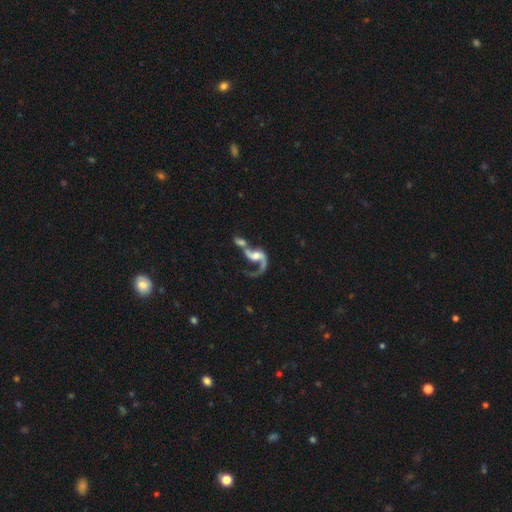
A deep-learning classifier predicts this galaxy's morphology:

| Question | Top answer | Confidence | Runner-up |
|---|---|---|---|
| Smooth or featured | featured or disk | 80% | smooth (13%) |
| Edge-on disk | no | 96% | yes (4%) |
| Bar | no | 48% | weak (37%) |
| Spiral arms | yes | 89% | no (11%) |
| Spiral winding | loose | 75% | medium (20%) |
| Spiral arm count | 1 | 47% | tied: 2 (47%) |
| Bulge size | moderate | 48% | small (26%) |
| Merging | merger | 57% | major disturbance (20%) |